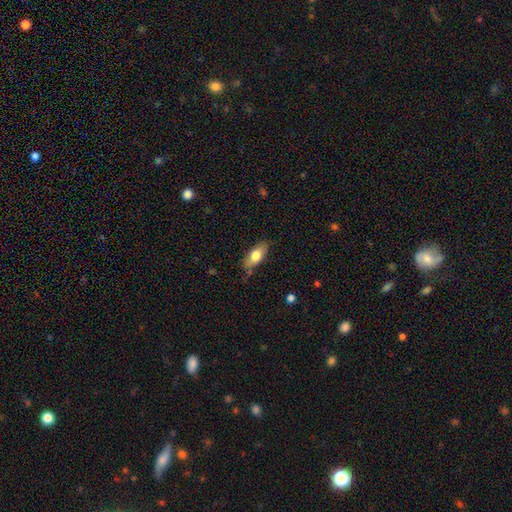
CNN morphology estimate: smooth 72%, featured or disk 21%, star or artifact 6%. Down the decision tree: how rounded — in between (78%); merging — none (77%).